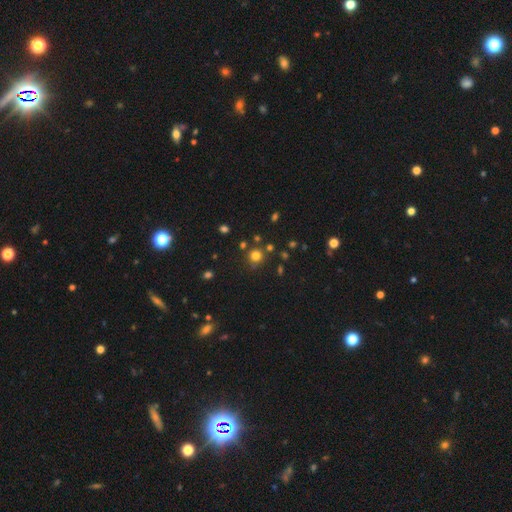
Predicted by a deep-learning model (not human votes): smooth_or_featured: smooth (p=0.75) [alt: star or artifact p=0.19]
how_rounded: round (p=0.92) [alt: in between p=0.07]
merging: none (p=0.79) [alt: minor disturbance p=0.10]